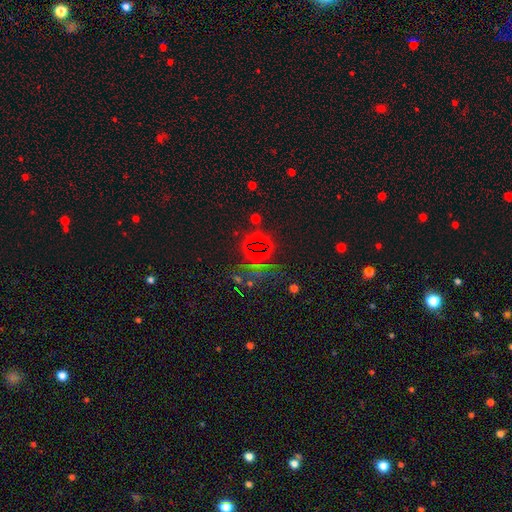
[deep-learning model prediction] A star or artifact, not a galaxy (72%).

Vote fractions:
- Smooth or featured? star or artifact: 72% / smooth: 19% / featured or disk: 10%